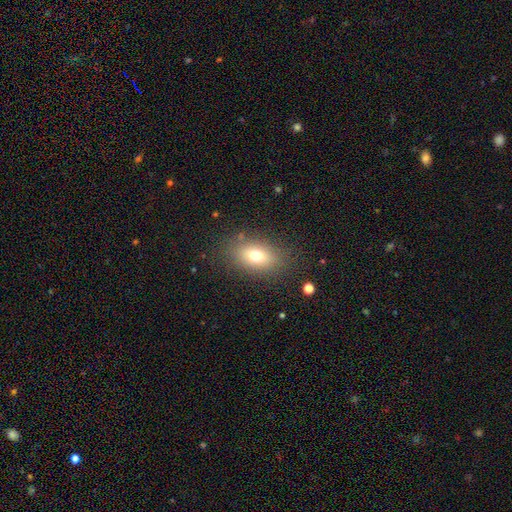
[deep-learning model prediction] Q: Smooth or featured?
A: smooth (71%); runner-up: featured or disk (16%)
Q: How rounded?
A: in between (80%); runner-up: round (17%)
Q: Merging?
A: none (81%); runner-up: minor disturbance (12%)